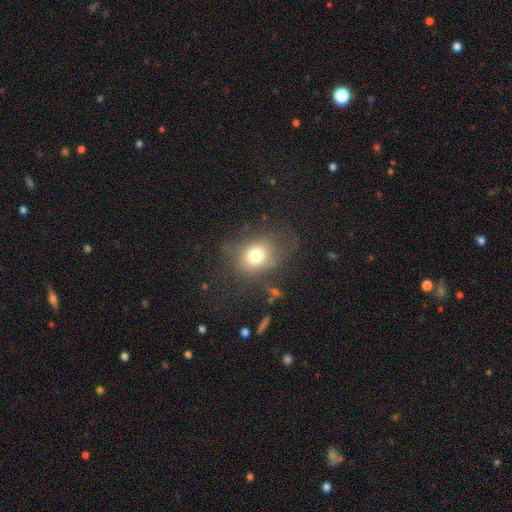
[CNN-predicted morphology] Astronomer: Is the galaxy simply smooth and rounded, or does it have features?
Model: smooth — 73%.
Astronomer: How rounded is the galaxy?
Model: round — 58% (runner-up: in between, 41%).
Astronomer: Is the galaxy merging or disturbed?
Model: none — 63%.